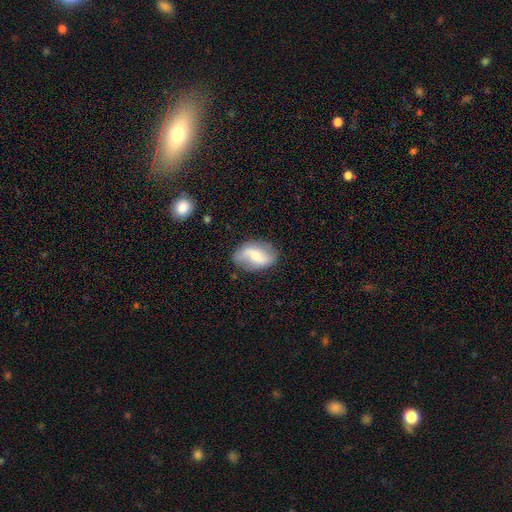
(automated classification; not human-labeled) A featured or disk galaxy (65%) with a weak bar (41%), 2 (87%) loose (74%) spiral arms (86%) and a small central bulge (50%). Merging: none (75%).